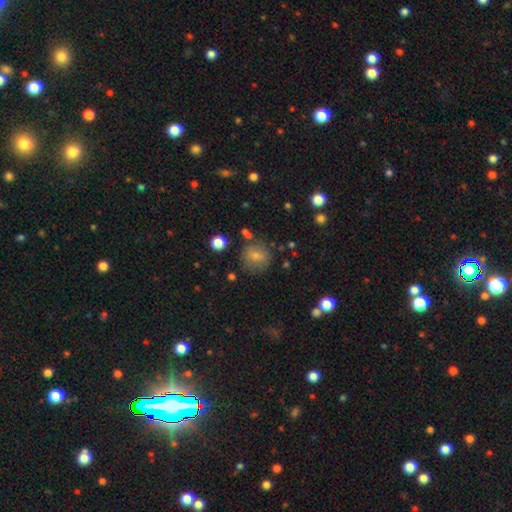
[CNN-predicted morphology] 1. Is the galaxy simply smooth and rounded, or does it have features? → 73% smooth, 15% featured or disk, 12% star or artifact.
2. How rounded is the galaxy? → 84% round, 15% in between, 1% cigar-shaped.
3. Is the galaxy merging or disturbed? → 72% none, 16% minor disturbance, 6% major disturbance, 6% merger.